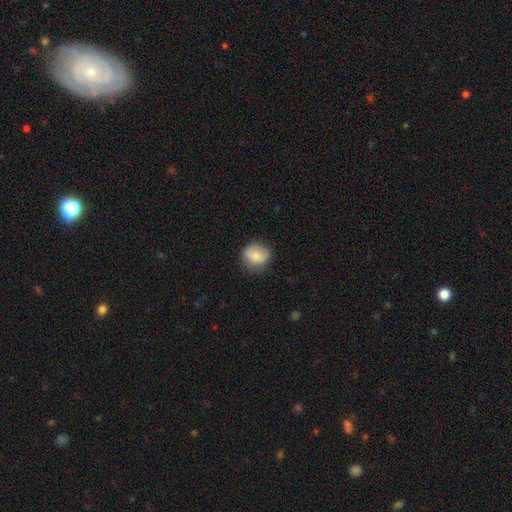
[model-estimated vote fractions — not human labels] This appears to be a smooth galaxy with no disk features (79%) that is round (78%). Merging: none (78%).